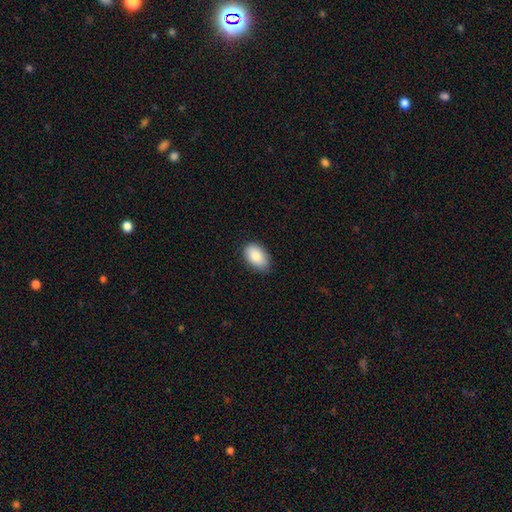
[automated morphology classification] Smooth or featured?
  - smooth: 87% *
  - star or artifact: 7%
  - featured or disk: 7%
How rounded?
  - in between: 92% *
  - round: 7%
  - cigar-shaped: 1%
Merging?
  - none: 81% *
  - minor disturbance: 16%
  - major disturbance: 2%
  - merger: 1%